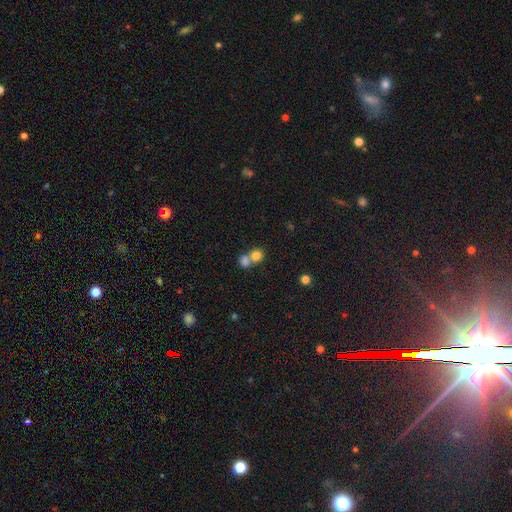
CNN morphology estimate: This is likely a smooth galaxy (79%). How rounded: likely round (80%). Merging: possibly merger (55%).